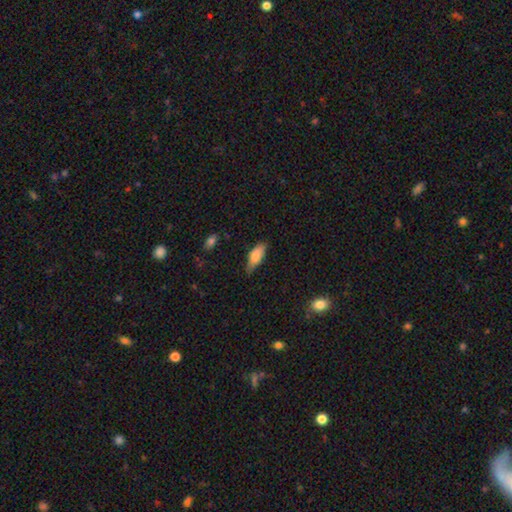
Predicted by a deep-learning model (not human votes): Smooth or featured? Predicted: smooth (p=0.83). How rounded? Predicted: in between (p=0.79). Merging? Predicted: none (p=0.58).